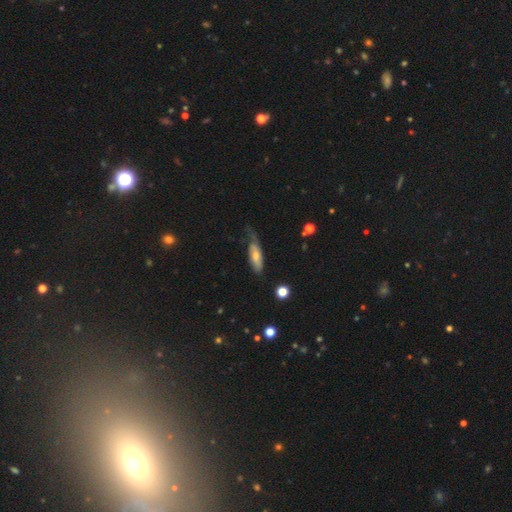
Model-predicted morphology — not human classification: Smooth or featured? Predicted: smooth (p=0.48). Merging? Predicted: none (p=0.35, tied with minor disturbance).